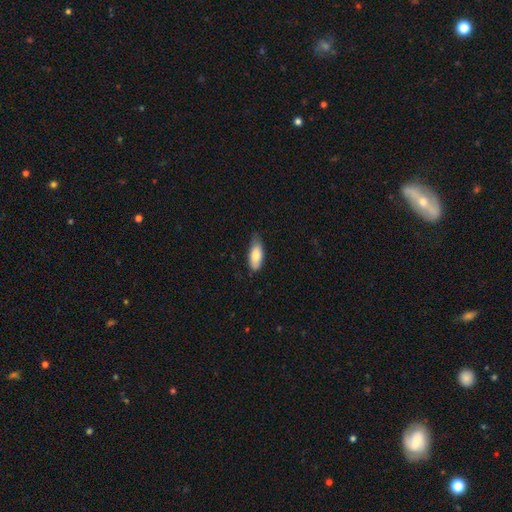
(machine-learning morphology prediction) smooth-or-featured: smooth: 79% | featured or disk: 15% | star or artifact: 6%
  how-rounded: in between: 82% | cigar-shaped: 16% | round: 2%
  merging: none: 64% | minor disturbance: 30% | major disturbance: 5% | merger: 1%